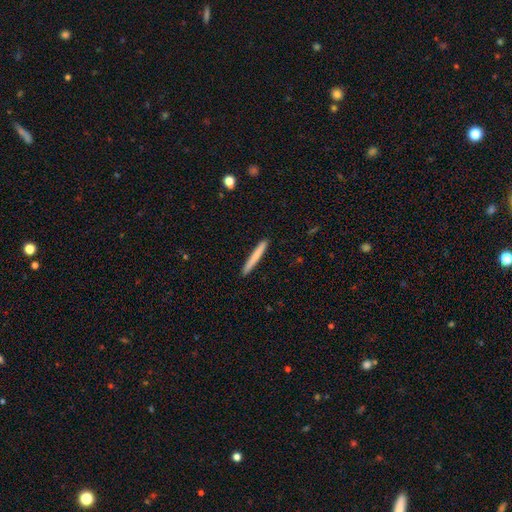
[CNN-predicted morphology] smooth-or-featured: smooth: 74% | featured or disk: 21% | star or artifact: 5%
  how-rounded: cigar-shaped: 97% | in between: 2% | round: 1%
  merging: none: 92% | minor disturbance: 6% | major disturbance: 1% | merger: 1%